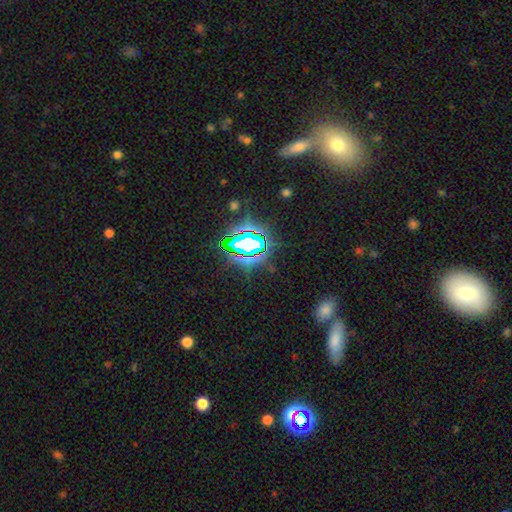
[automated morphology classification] The model was most divided on "smooth or featured": star or artifact: 71%, smooth: 17%, featured or disk: 12%.